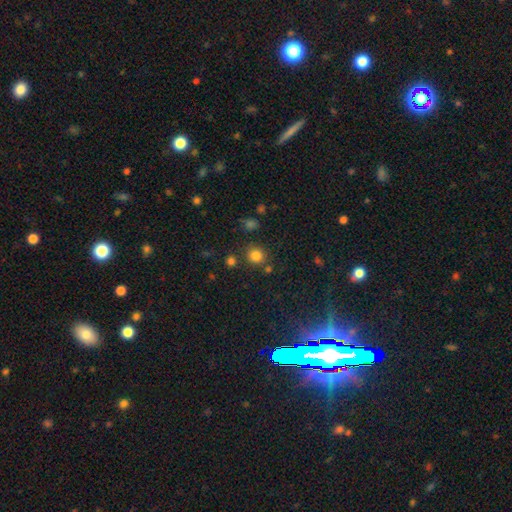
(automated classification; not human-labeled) A smooth galaxy with no disk features (81%) that is round (89%). Merging: none (81%).